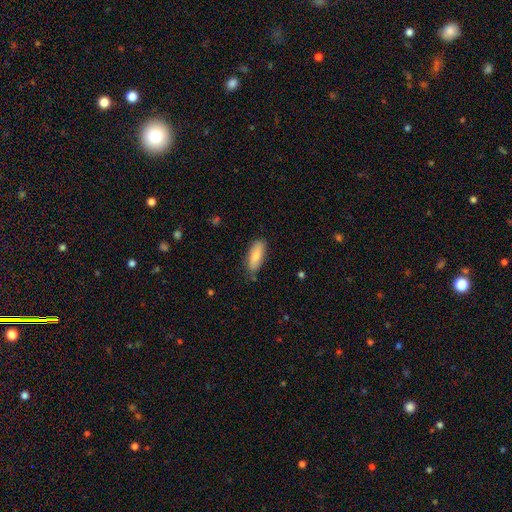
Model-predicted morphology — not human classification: smooth_or_featured: smooth (p=0.78) [alt: featured or disk p=0.16]
how_rounded: in between (p=0.79) [alt: cigar-shaped p=0.19]
merging: none (p=0.76) [alt: minor disturbance p=0.19]